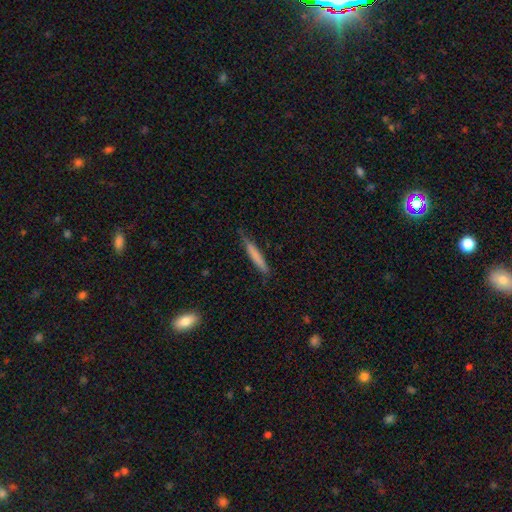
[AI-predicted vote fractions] This is likely a smooth galaxy (72%). How rounded: clearly cigar-shaped (95%). Merging: likely none (76%).